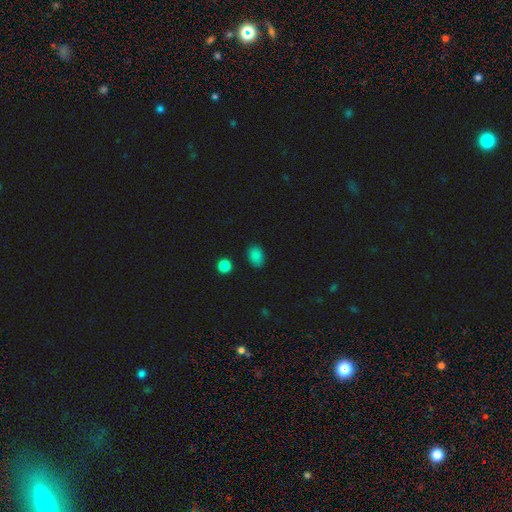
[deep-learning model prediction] smooth-or-featured: smooth: 84% | star or artifact: 12% | featured or disk: 3%
  how-rounded: in between: 76% | round: 22% | cigar-shaped: 1%
  merging: none: 83% | minor disturbance: 12% | major disturbance: 3% | merger: 2%